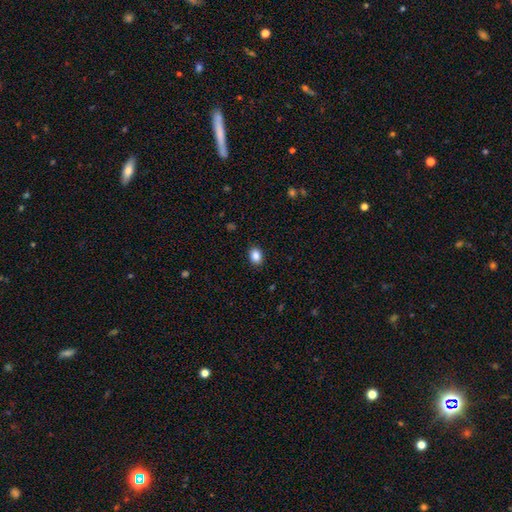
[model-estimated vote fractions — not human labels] Q: Smooth or featured?
A: smooth (87%); runner-up: star or artifact (9%)
Q: How rounded?
A: in between (65%); runner-up: round (34%)
Q: Merging?
A: none (89%); runner-up: minor disturbance (8%)